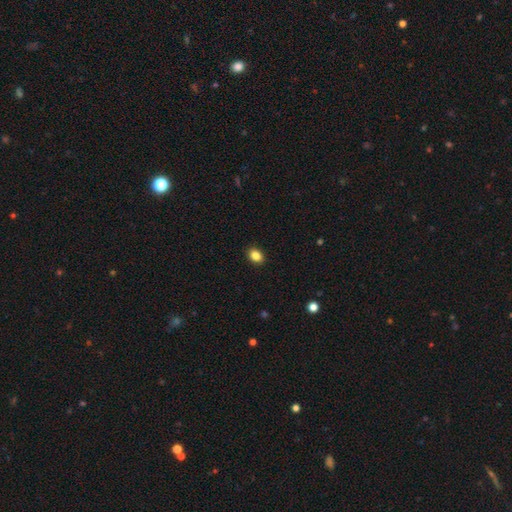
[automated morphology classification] Smooth or featured?
  - smooth: 86% *
  - star or artifact: 9%
  - featured or disk: 4%
How rounded?
  - in between: 67% *
  - round: 32%
  - cigar-shaped: 1%
Merging?
  - none: 91% *
  - minor disturbance: 7%
  - major disturbance: 2%
  - merger: 1%